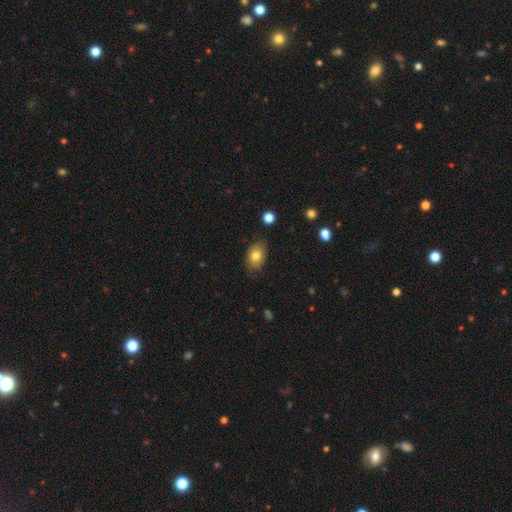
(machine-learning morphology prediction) A smooth galaxy with no disk features (79%) that is in between round and cigar-shaped (77%).

Vote fractions:
- Smooth or featured? smooth: 79% / featured or disk: 12% / star or artifact: 9%
- How rounded? in between: 77% / round: 21% / cigar-shaped: 1%
- Merging? none: 78% / minor disturbance: 18% / major disturbance: 3% / merger: 1%